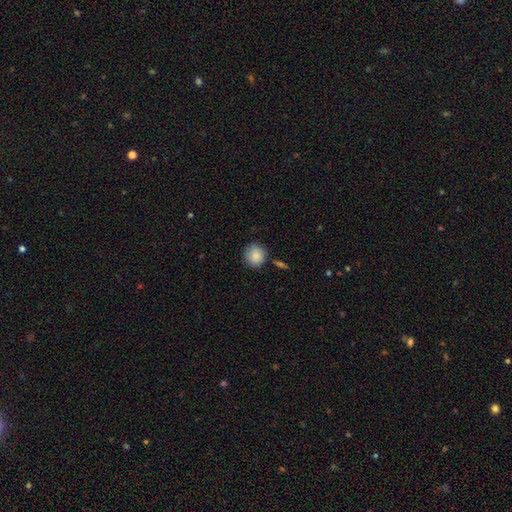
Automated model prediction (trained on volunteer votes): Smooth or featured? Predicted: smooth (p=0.87). How rounded? Predicted: round (p=0.90). Merging? Predicted: none (p=0.82).